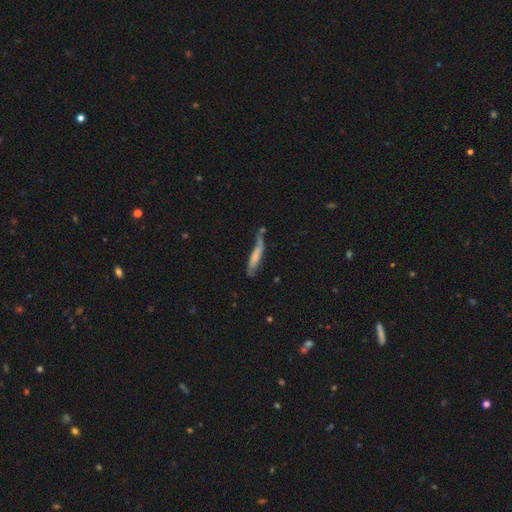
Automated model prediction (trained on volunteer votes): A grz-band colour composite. It shows a smooth galaxy with no disk features (60%) that is cigar-shaped (85%). Merging: none (46%).